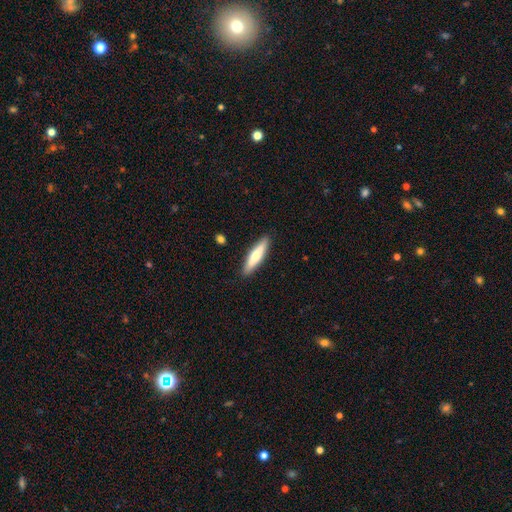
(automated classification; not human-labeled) A smooth galaxy with no disk features (62%) that is cigar-shaped (74%). Merging: none (89%).